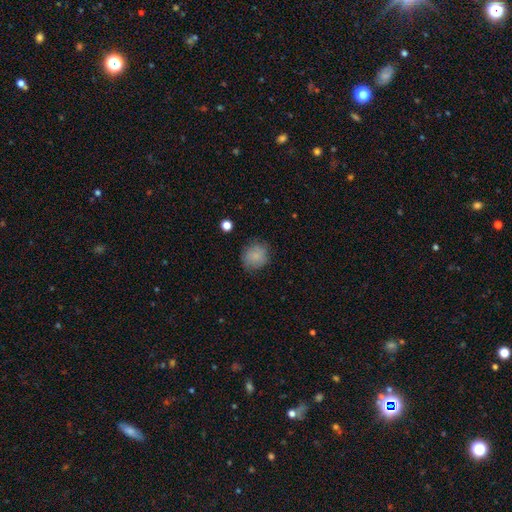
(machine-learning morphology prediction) smooth_or_featured: smooth (p=0.82) [alt: star or artifact p=0.09]
how_rounded: round (p=0.77) [alt: in between p=0.22]
merging: none (p=0.76) [alt: minor disturbance p=0.18]